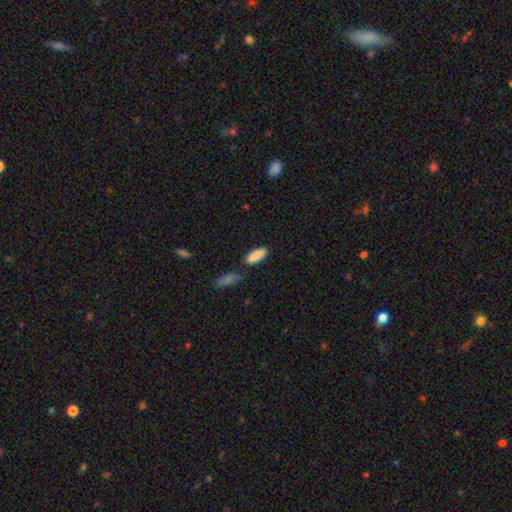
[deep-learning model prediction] A smooth galaxy with no disk features (88%) that is in between round and cigar-shaped (73%). Merging: none (70%).